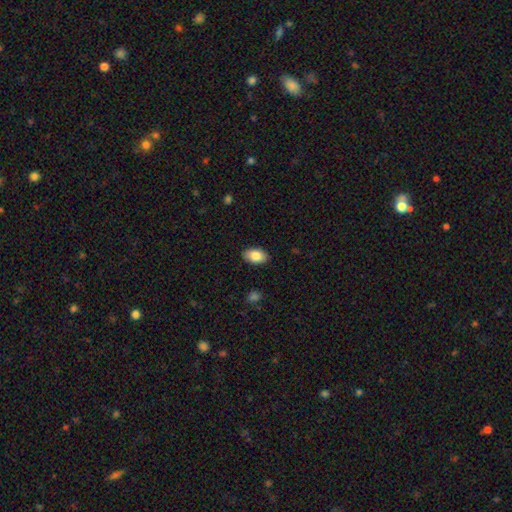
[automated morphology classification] A smooth galaxy with no disk features (85%) that is in between round and cigar-shaped (93%). Merging: none (88%).